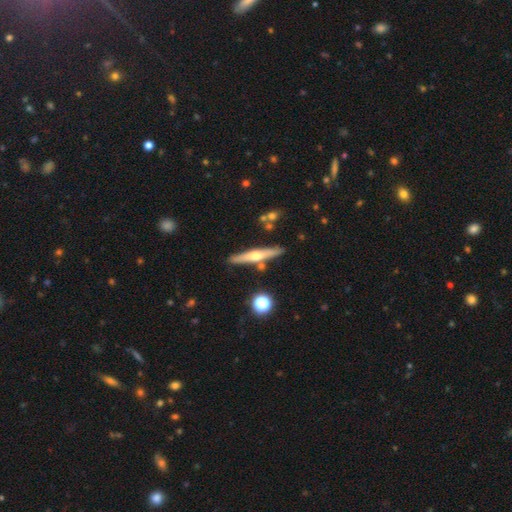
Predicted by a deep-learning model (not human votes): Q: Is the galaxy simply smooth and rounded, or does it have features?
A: featured or disk — 59%.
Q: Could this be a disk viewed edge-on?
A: yes — 95%.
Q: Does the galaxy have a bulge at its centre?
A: rounded — 87%.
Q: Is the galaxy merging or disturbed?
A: none — 83%.